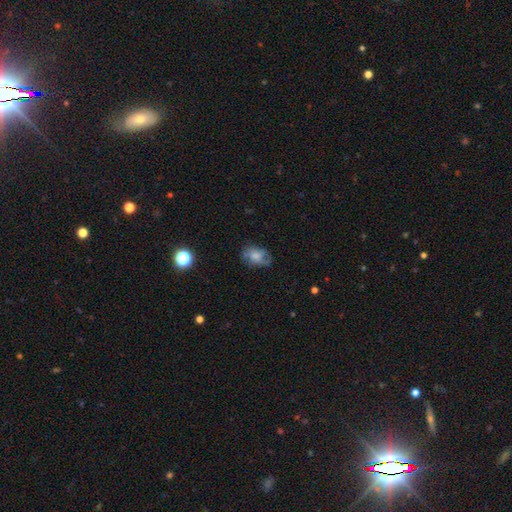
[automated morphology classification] This appears to be a smooth galaxy with no disk features (58%) that is in between round and cigar-shaped (81%). Merging: none (53%).